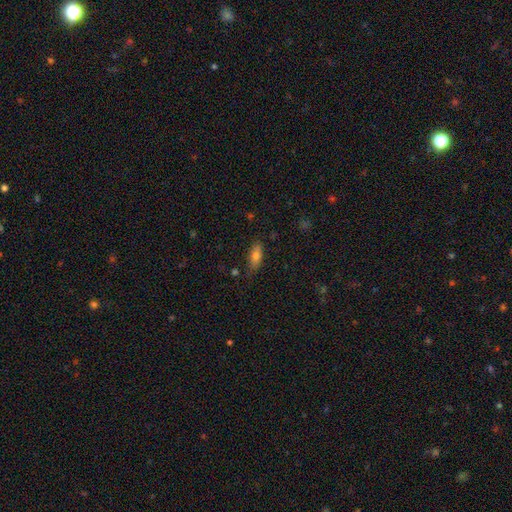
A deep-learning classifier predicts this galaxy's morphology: The model was most divided on "how rounded": in between: 74%, cigar-shaped: 23%, round: 3%. More confident: smooth or featured — smooth (74%); merging — none (74%).